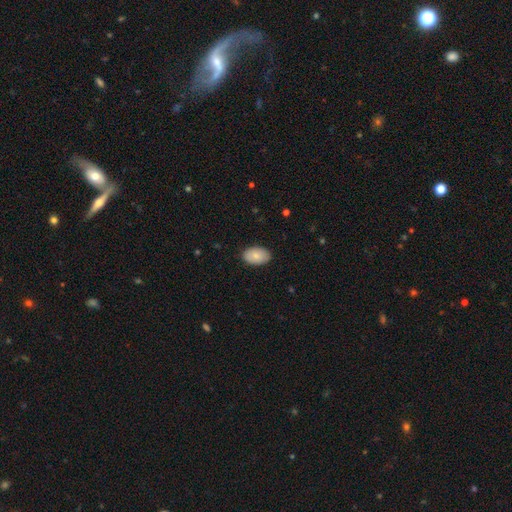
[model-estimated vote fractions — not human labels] Smooth or featured?
  - smooth: 84% *
  - featured or disk: 10%
  - star or artifact: 6%
How rounded?
  - in between: 92% *
  - round: 7%
  - cigar-shaped: 1%
Merging?
  - none: 88% *
  - minor disturbance: 9%
  - major disturbance: 2%
  - merger: 1%